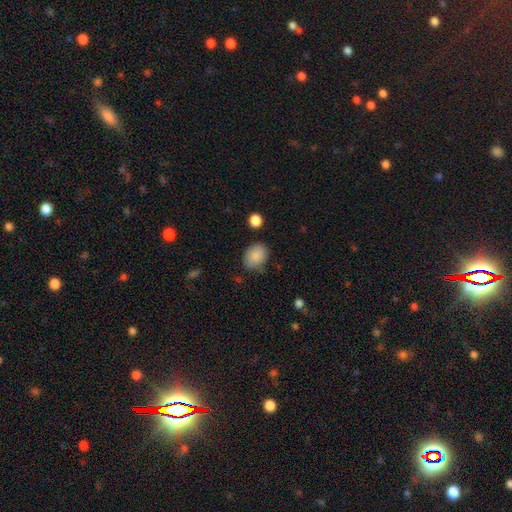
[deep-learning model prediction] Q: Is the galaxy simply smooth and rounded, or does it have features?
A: smooth — 87%.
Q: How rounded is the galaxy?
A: in between — 62%.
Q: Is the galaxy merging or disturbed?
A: none — 72%.